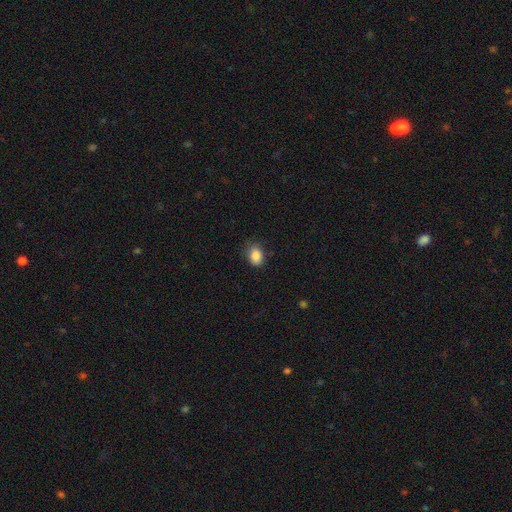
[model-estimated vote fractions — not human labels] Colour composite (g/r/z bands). It shows a smooth galaxy with no disk features (87%) that is in between round and cigar-shaped (73%). Merging: none (72%).